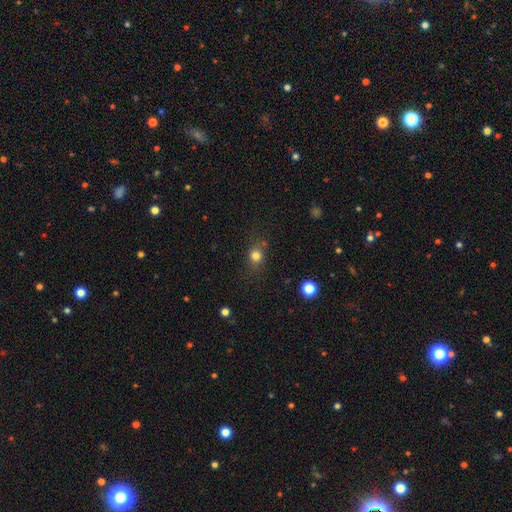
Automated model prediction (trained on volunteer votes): Smooth or featured? Predicted: smooth (p=0.78). How rounded? Predicted: round (p=0.70). Merging? Predicted: none (p=0.75).